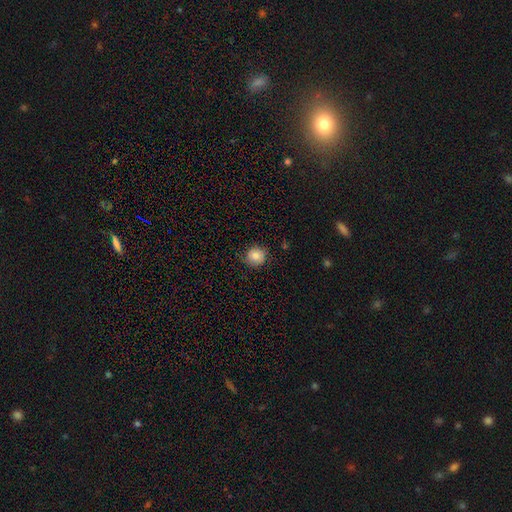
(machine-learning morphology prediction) Overall: smooth (80%). How rounded: round (90%). Merging: none (75%).